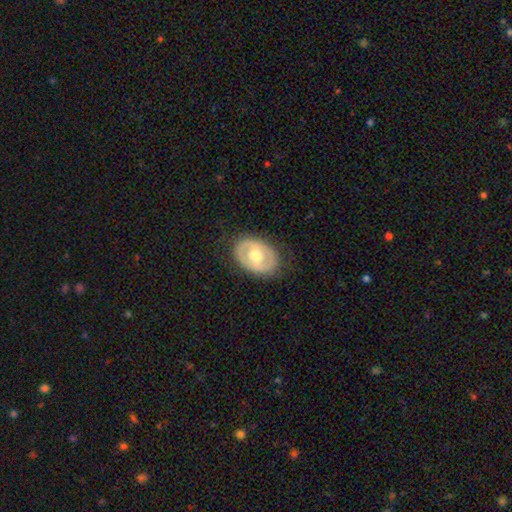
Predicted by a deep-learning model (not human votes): Smooth or featured?
  - featured or disk: 53% *
  - smooth: 42%
  - star or artifact: 5%
Edge-on disk?
  - no: 92% *
  - yes: 8%
Merging?
  - none: 81% *
  - minor disturbance: 14%
  - major disturbance: 4%
  - merger: 1%